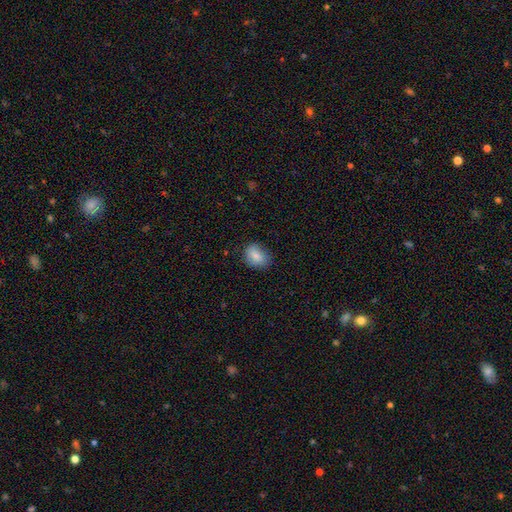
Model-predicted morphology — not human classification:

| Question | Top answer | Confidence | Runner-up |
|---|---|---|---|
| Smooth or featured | smooth | 84% | star or artifact (8%) |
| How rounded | in between | 58% | round (40%) |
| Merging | none | 74% | minor disturbance (20%) |